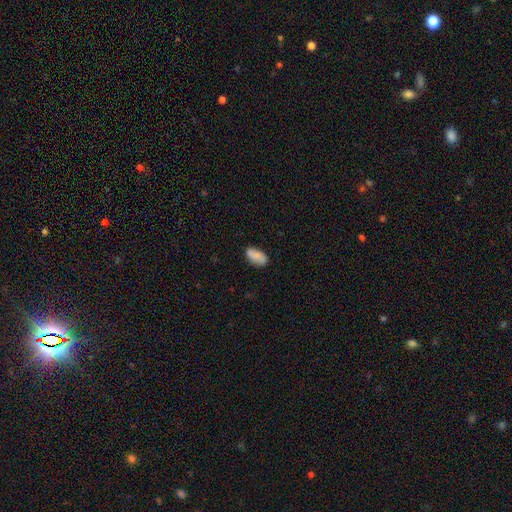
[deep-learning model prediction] smooth_or_featured: smooth (p=0.74) [alt: featured or disk p=0.18]
how_rounded: in between (p=0.92) [alt: round p=0.04]
merging: none (p=0.73) [alt: minor disturbance p=0.20]